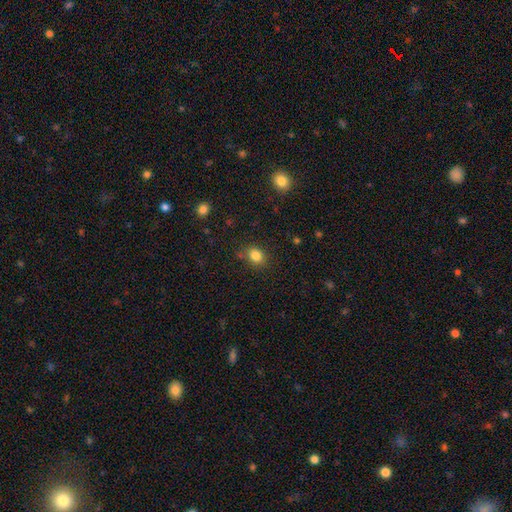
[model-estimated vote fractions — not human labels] Smooth or featured? smooth (83%)
How rounded? round (53%)
Merging? none (76%)